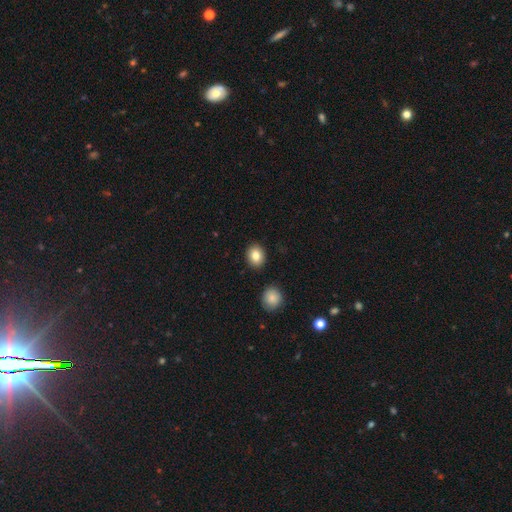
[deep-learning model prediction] Morphology: type=smooth (83%); roundness=round (58%); merging=none (89%).